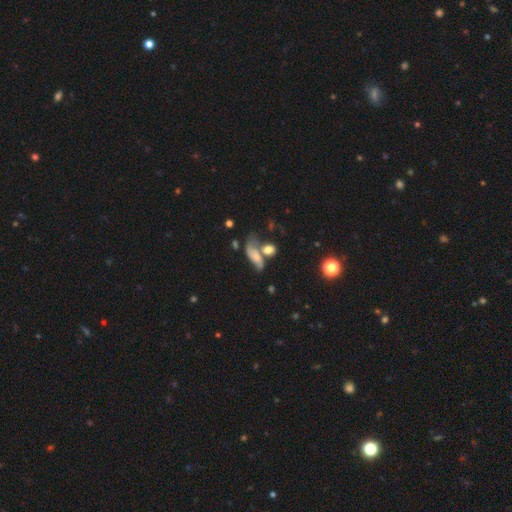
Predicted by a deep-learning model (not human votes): Smooth or featured? smooth (54%)
How rounded? in between (70%)
Merging? merger (36%)